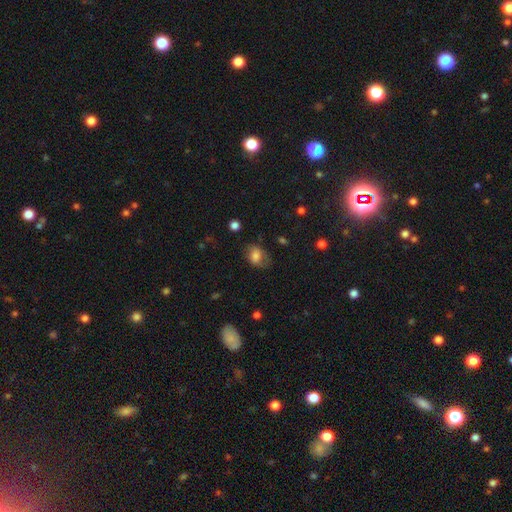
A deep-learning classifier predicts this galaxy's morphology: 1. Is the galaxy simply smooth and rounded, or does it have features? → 72% smooth, 18% featured or disk, 10% star or artifact.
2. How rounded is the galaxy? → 68% in between, 31% round, 1% cigar-shaped.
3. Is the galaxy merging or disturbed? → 55% none, 27% minor disturbance, 16% major disturbance, 2% merger.